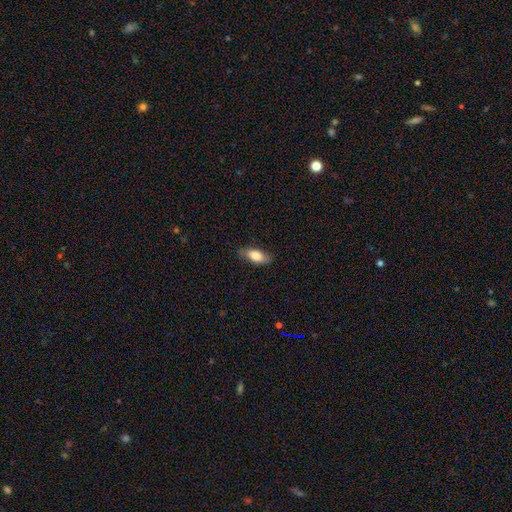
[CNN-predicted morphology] A smooth galaxy with no disk features (75%) that is in between round and cigar-shaped (82%).

Vote fractions:
- Smooth or featured? smooth: 75% / featured or disk: 18% / star or artifact: 6%
- How rounded? in between: 82% / cigar-shaped: 14% / round: 4%
- Merging? none: 79% / minor disturbance: 16% / major disturbance: 3% / merger: 1%